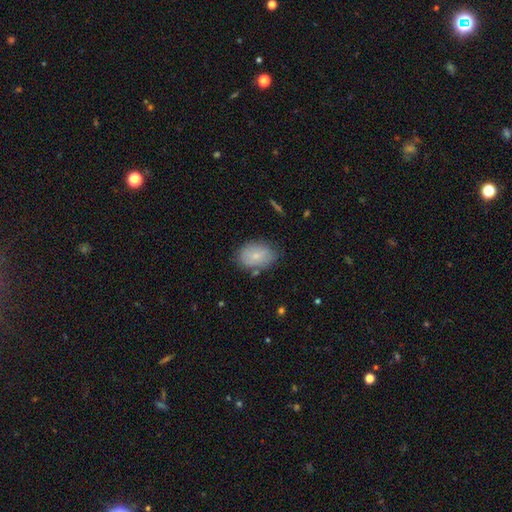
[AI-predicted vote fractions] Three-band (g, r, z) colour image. It shows a smooth galaxy with no disk features (73%) that is in between round and cigar-shaped (76%). Merging: none (70%).